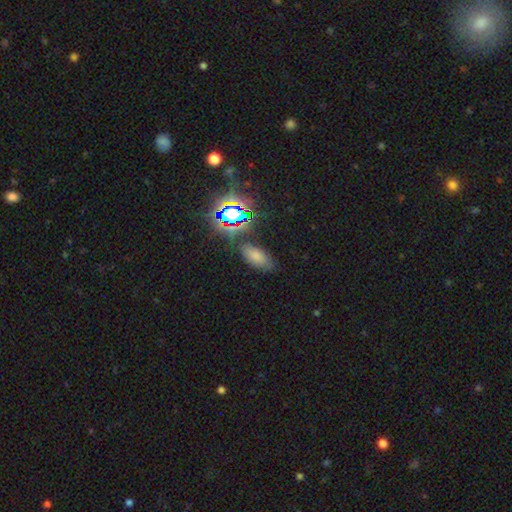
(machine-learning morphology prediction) type=smooth (65%); roundness=in between (89%); merging=none (79%).